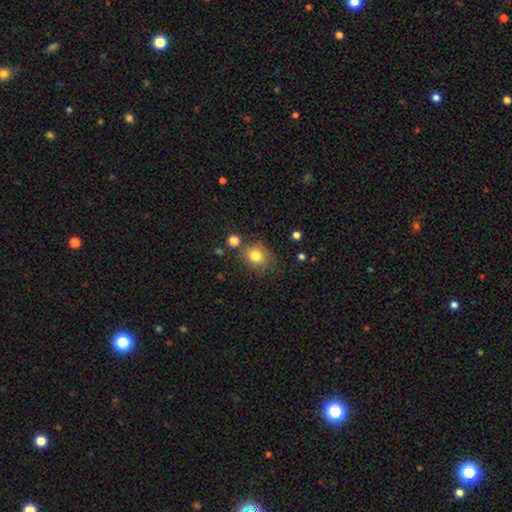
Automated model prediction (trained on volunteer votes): smooth-or-featured: smooth: 80% | star or artifact: 11% | featured or disk: 8%
  how-rounded: round: 68% | in between: 32% | cigar-shaped: 1%
  merging: none: 72% | minor disturbance: 16% | merger: 6% | major disturbance: 5%